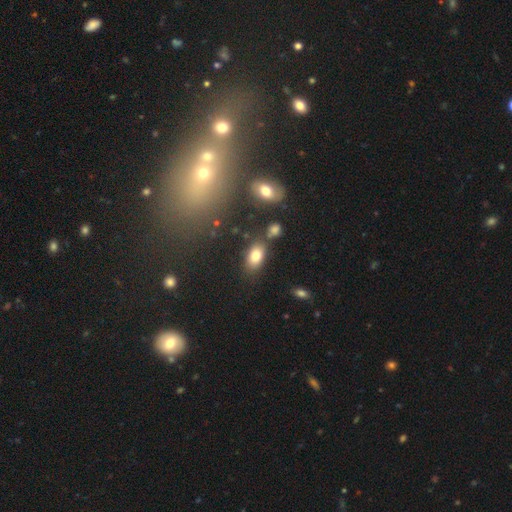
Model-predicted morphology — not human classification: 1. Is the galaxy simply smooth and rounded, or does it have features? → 80% smooth, 10% featured or disk, 9% star or artifact.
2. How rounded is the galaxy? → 90% in between, 8% round, 2% cigar-shaped.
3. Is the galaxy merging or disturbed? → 75% none, 13% minor disturbance, 8% merger, 4% major disturbance.